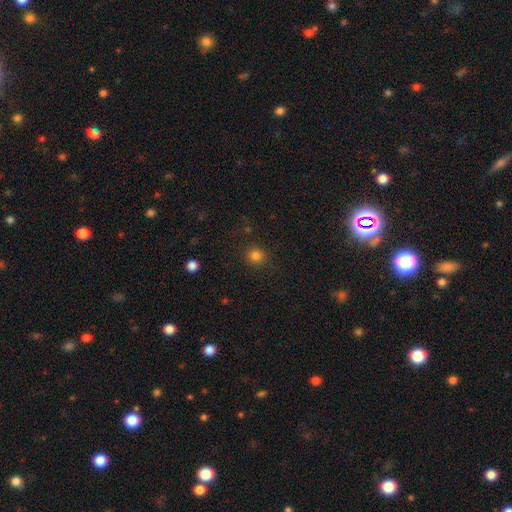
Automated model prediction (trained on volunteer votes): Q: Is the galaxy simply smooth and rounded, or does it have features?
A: smooth — 82%.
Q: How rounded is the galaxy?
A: round — 89%.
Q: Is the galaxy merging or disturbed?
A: none — 88%.